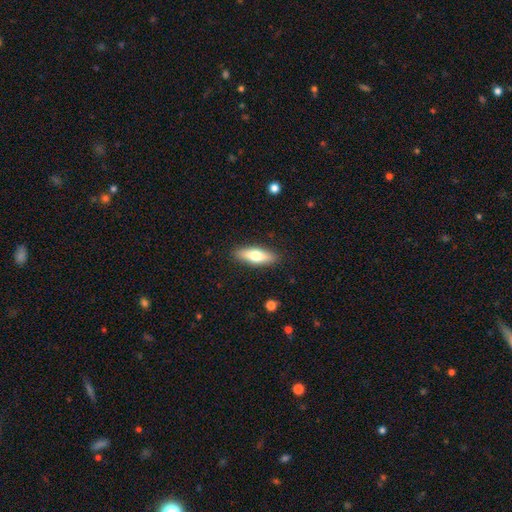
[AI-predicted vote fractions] Smooth or featured? Predicted: smooth (p=0.66). How rounded? Predicted: in between (p=0.53). Merging? Predicted: none (p=0.89).